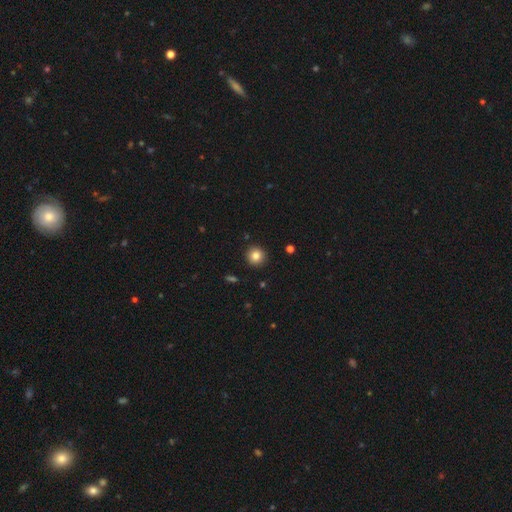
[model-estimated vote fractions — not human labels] A smooth galaxy with no disk features (83%) that is round (94%).

Vote fractions:
- Smooth or featured? smooth: 83% / star or artifact: 11% / featured or disk: 7%
- How rounded? round: 94% / in between: 5% / cigar-shaped: 1%
- Merging? none: 92% / minor disturbance: 5% / major disturbance: 2% / merger: 1%